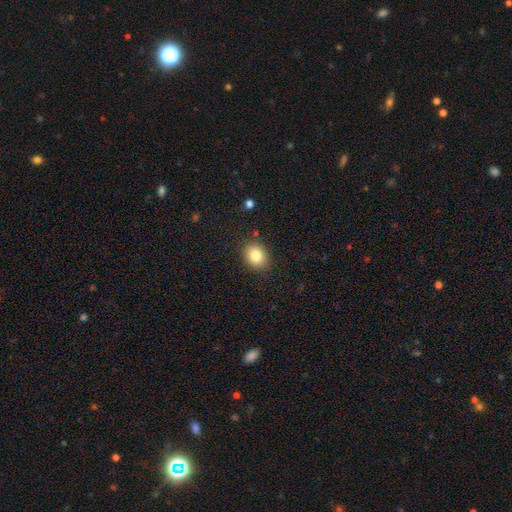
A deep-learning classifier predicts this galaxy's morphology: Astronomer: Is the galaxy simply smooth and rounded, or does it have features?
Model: smooth — 83%.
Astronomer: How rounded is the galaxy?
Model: round — 61% (runner-up: in between, 38%).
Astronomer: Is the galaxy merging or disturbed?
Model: none — 86%.